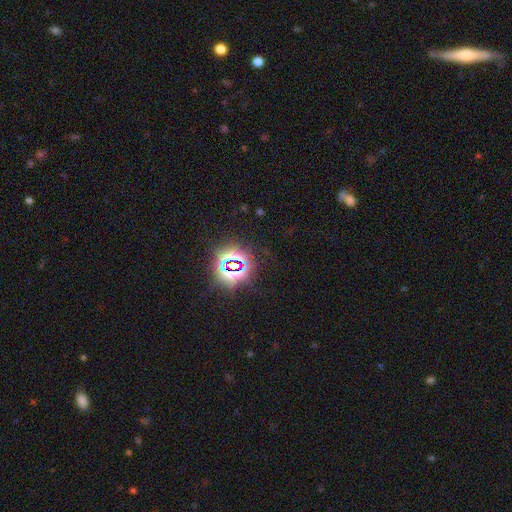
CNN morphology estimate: star or artifact 80%, smooth 13%, featured or disk 7%.